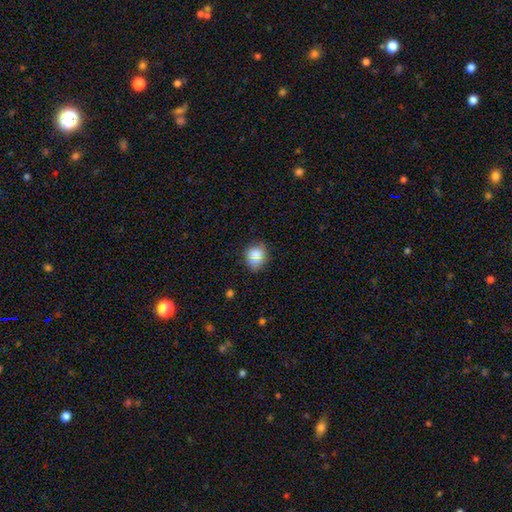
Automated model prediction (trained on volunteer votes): smooth_or_featured: smooth (p=0.80) [alt: star or artifact p=0.12]
how_rounded: round (p=0.67) [alt: in between p=0.32]
merging: none (p=0.71) [alt: minor disturbance p=0.21]